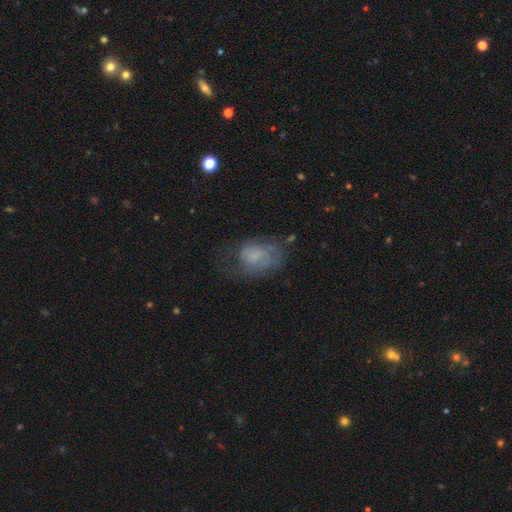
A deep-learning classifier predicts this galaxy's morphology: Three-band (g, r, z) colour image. It shows a featured or disk galaxy (44%, tied with smooth). Merging: none (45%).